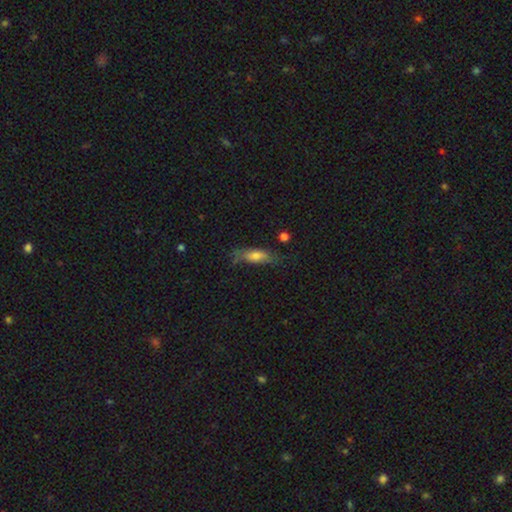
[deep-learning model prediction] A smooth galaxy with no disk features (66%) that is in between round and cigar-shaped (59%). Merging: none (57%).